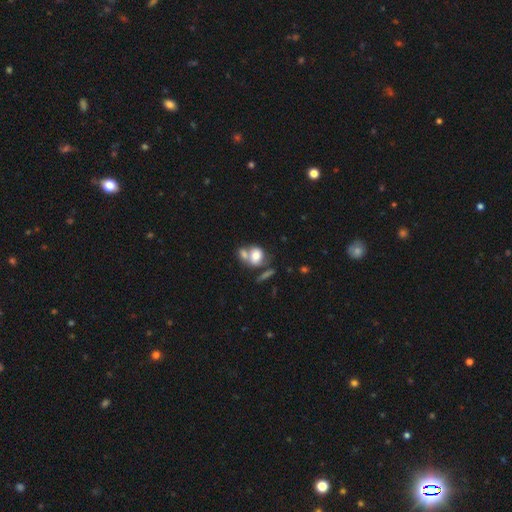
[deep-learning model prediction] Smooth or featured: smooth — 70% (featured or disk — 21%)
How rounded: round — 53% (in between — 45%)
Merging: merger — 52% (none — 31%)